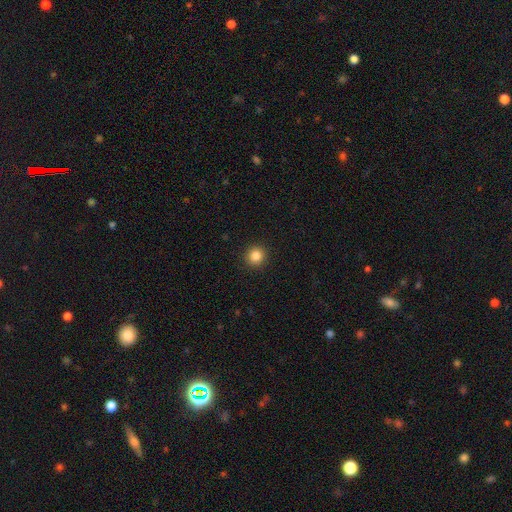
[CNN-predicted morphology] The model was most divided on "smooth or featured": smooth: 85%, star or artifact: 11%, featured or disk: 4%. More confident: how rounded — round (93%); merging — none (92%).